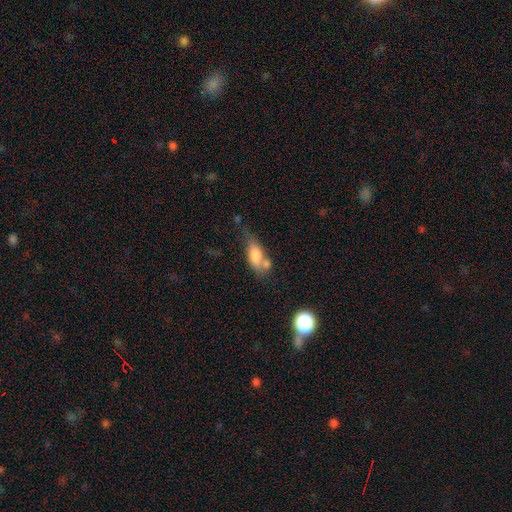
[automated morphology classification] The model was most divided on "merging": none: 33%, merger: 29%, minor disturbance: 24%, major disturbance: 14%. More confident: how rounded — in between (78%); smooth or featured — smooth (71%).